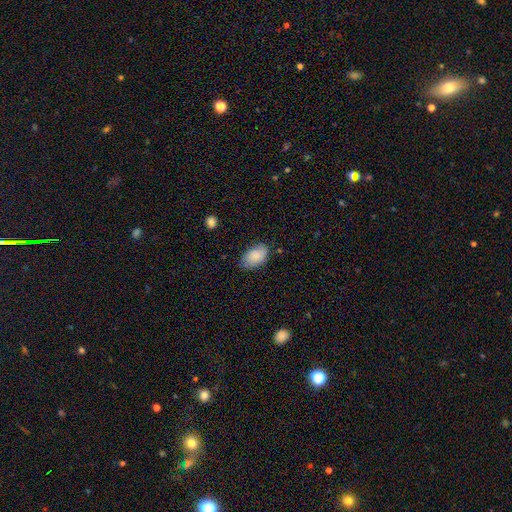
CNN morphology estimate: Smooth or featured? smooth (84%)
How rounded? in between (91%)
Merging? none (71%)